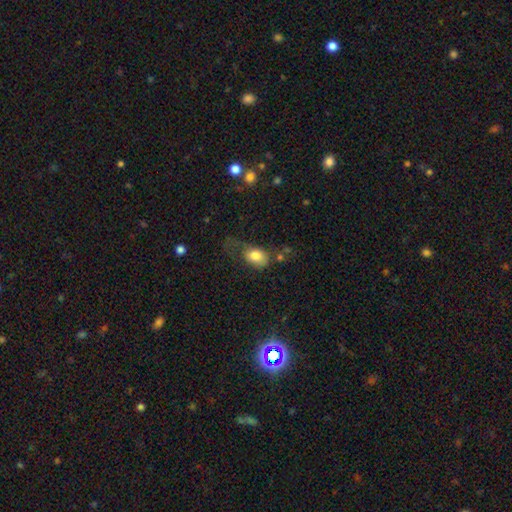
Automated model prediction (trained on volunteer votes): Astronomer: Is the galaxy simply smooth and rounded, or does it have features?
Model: smooth — 77%.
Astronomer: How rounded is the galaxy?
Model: in between — 76%.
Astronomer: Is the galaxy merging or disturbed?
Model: major disturbance — 35% (runner-up: none, 34%).